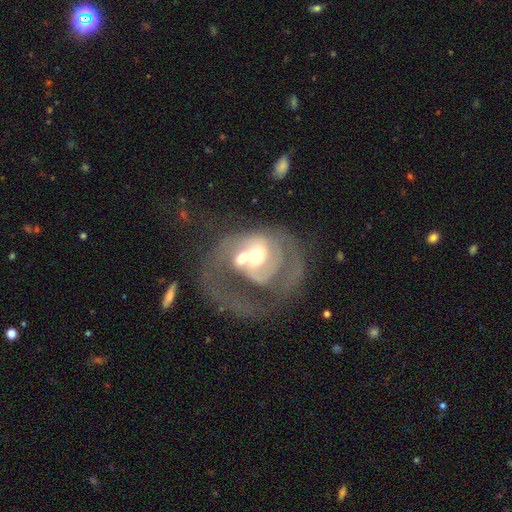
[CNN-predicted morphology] Q: Smooth or featured?
A: featured or disk (76%); runner-up: smooth (17%)
Q: Edge-on disk?
A: no (97%); runner-up: yes (3%)
Q: Bar?
A: no (64%); runner-up: weak (28%)
Q: Spiral arms?
A: yes (77%); runner-up: no (23%)
Q: Spiral winding?
A: medium (40%); runner-up: loose (34%)
Q: Spiral arm count?
A: 2 (36%); runner-up: 1 (35%)
Q: Bulge size?
A: moderate (64%); runner-up: small (20%)
Q: Merging?
A: merger (53%); runner-up: major disturbance (27%)